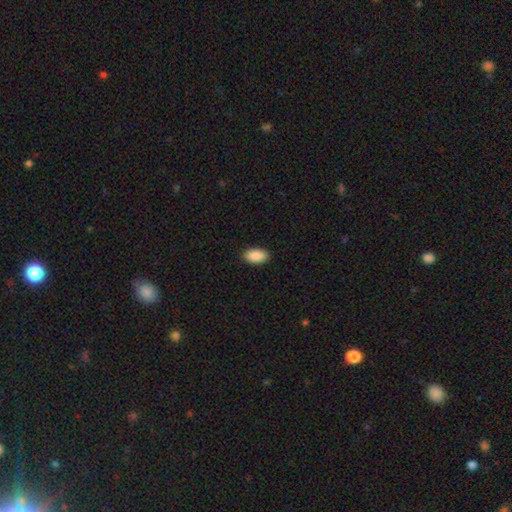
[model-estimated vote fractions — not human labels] Q: Smooth or featured?
A: smooth (91%); runner-up: star or artifact (6%)
Q: How rounded?
A: in between (95%); runner-up: round (3%)
Q: Merging?
A: none (90%); runner-up: minor disturbance (7%)